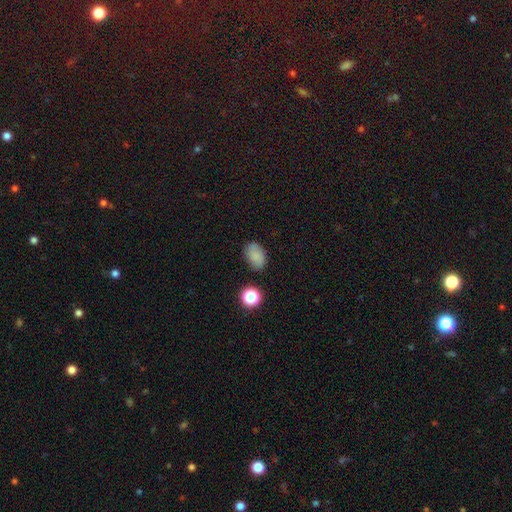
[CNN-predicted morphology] Overall: smooth (83%). How rounded: in between (83%). Merging: none (80%).